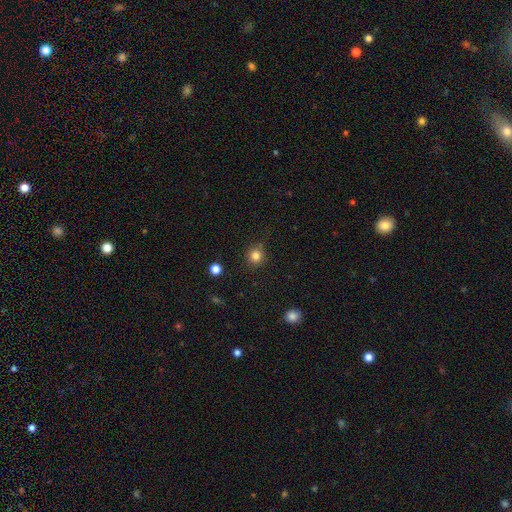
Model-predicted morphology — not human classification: Smooth or featured?
  - smooth: 82% *
  - star or artifact: 12%
  - featured or disk: 5%
How rounded?
  - round: 91% *
  - in between: 8%
  - cigar-shaped: 1%
Merging?
  - none: 85% *
  - minor disturbance: 10%
  - major disturbance: 3%
  - merger: 2%